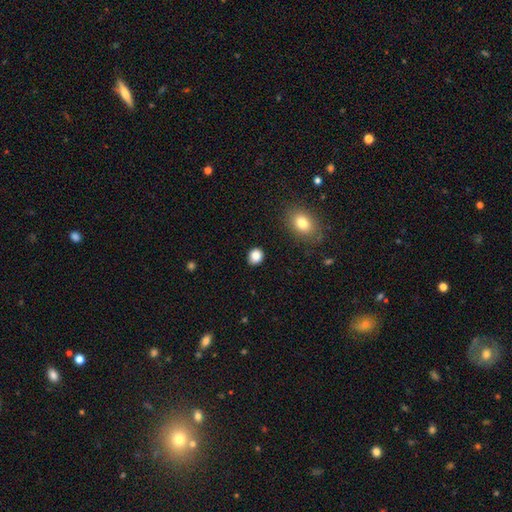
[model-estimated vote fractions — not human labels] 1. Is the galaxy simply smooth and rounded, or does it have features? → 86% smooth, 10% star or artifact, 4% featured or disk.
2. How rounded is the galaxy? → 71% round, 28% in between, 1% cigar-shaped.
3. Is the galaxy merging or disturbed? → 87% none, 9% minor disturbance, 3% major disturbance, 1% merger.